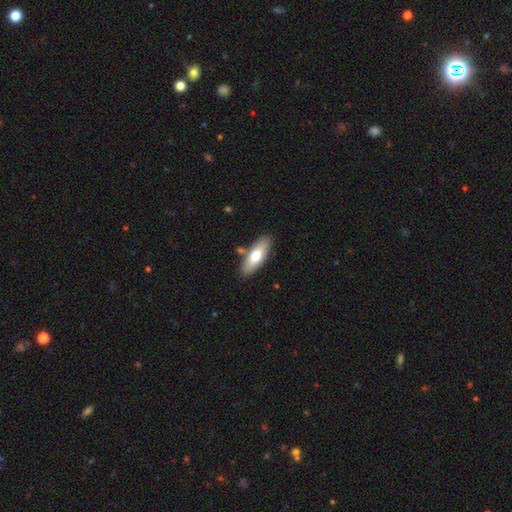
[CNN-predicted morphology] smooth 66%, featured or disk 28%, star or artifact 6%. Down the decision tree: how rounded — in between (65%); merging — none (83%).